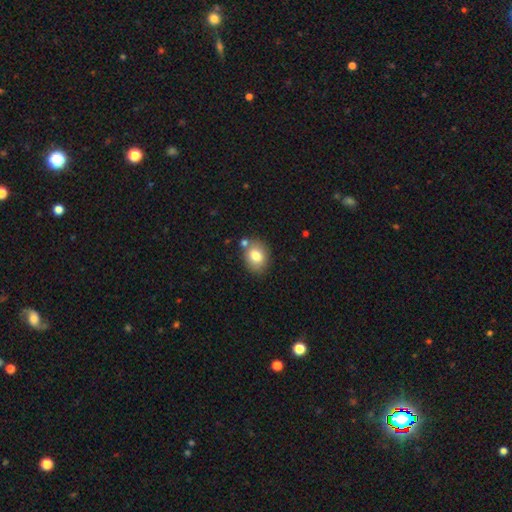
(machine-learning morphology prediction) A smooth galaxy with no disk features (79%) that is in between round and cigar-shaped (55%).

Vote fractions:
- Smooth or featured? smooth: 79% / featured or disk: 12% / star or artifact: 9%
- How rounded? in between: 55% / round: 44% / cigar-shaped: 1%
- Merging? none: 72% / minor disturbance: 14% / merger: 11% / major disturbance: 3%